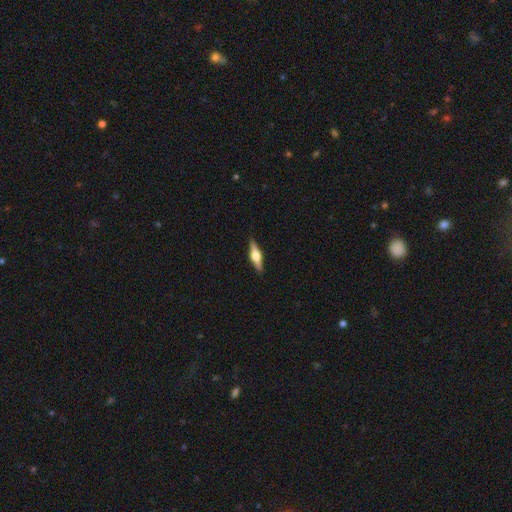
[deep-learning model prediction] smooth-or-featured: featured or disk: 69% | smooth: 26% | star or artifact: 6%
  disk-edge-on: yes: 97% | no: 3%
    edge-on-bulge: rounded: 93% | boxy: 6% | none: 2%
  merging: none: 90% | minor disturbance: 7% | major disturbance: 2% | merger: 1%